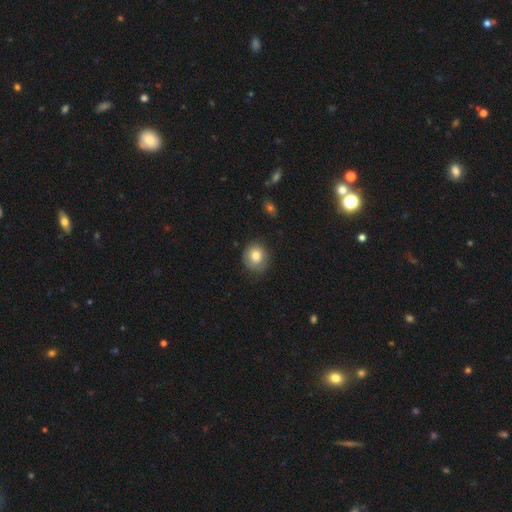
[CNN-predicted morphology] Q: Smooth or featured?
A: smooth (76%); runner-up: featured or disk (16%)
Q: How rounded?
A: round (81%); runner-up: in between (18%)
Q: Merging?
A: none (77%); runner-up: minor disturbance (18%)